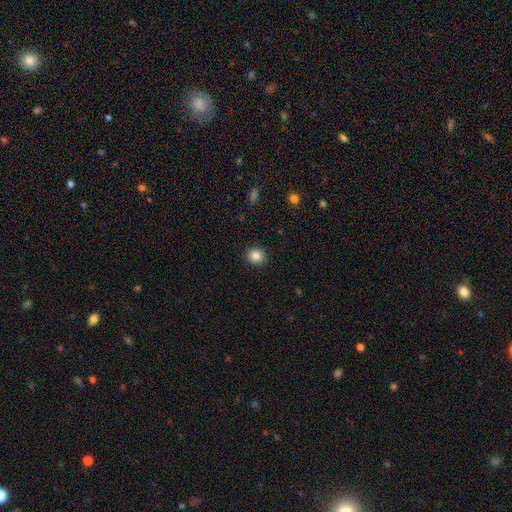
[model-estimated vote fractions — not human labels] Smooth or featured: smooth — 86% (star or artifact — 10%)
How rounded: round — 75% (in between — 24%)
Merging: none — 91% (minor disturbance — 6%)